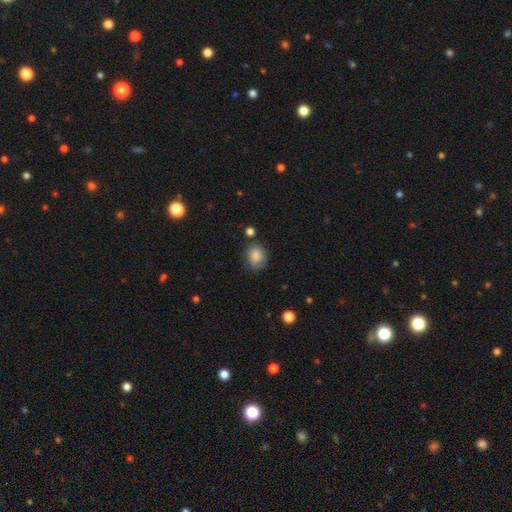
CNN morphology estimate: Smooth or featured?
  - smooth: 86% *
  - star or artifact: 8%
  - featured or disk: 6%
How rounded?
  - round: 50% *
  - in between: 49%
  - cigar-shaped: 1%
Merging?
  - none: 68% *
  - minor disturbance: 22%
  - major disturbance: 6%
  - merger: 4%